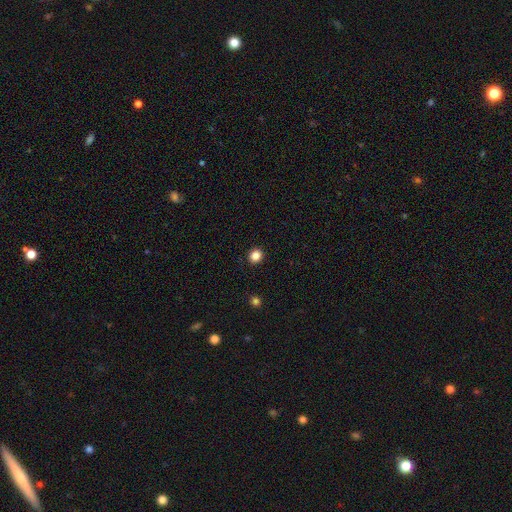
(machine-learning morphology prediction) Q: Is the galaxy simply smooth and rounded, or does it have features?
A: smooth — 84%.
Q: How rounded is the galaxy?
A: round — 84%.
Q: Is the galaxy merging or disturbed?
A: none — 92%.